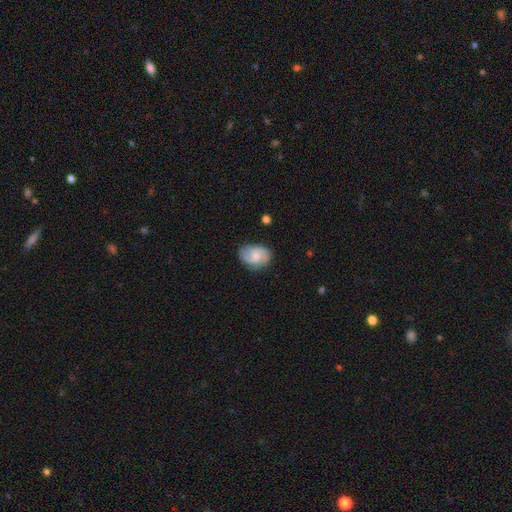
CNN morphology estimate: This is possibly a featured or disk galaxy (51%). It is clearly not viewed edge-on (97%). Merging: likely none (70%).